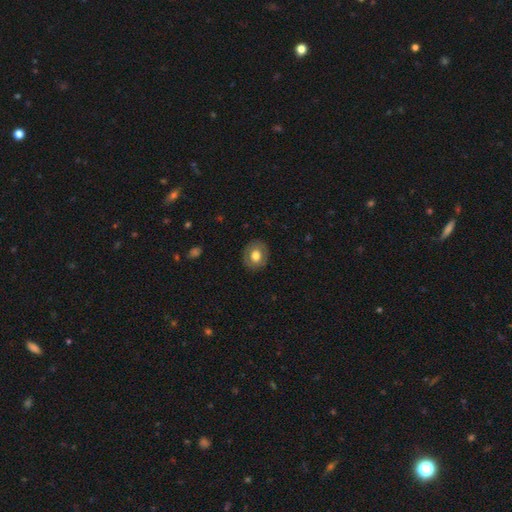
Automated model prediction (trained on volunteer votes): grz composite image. It shows a smooth galaxy with no disk features (70%) that is round (73%). Merging: none (87%).